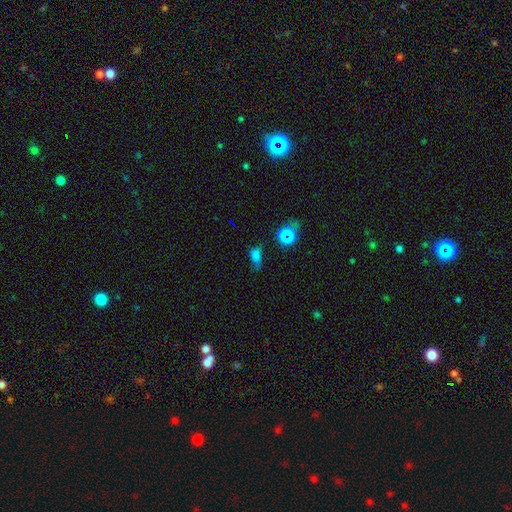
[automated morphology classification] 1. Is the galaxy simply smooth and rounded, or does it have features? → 61% smooth, 25% star or artifact, 14% featured or disk.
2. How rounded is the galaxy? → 72% in between, 19% round, 8% cigar-shaped.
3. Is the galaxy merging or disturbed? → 43% none, 30% minor disturbance, 21% major disturbance, 6% merger.